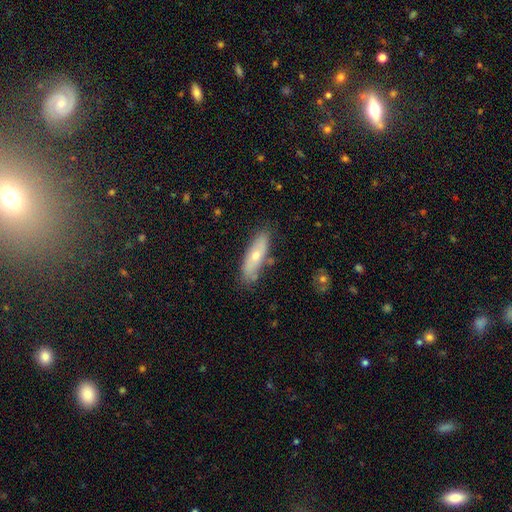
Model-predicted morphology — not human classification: A smooth galaxy with no disk features (59%) that is cigar-shaped (50%). Merging: none (79%).